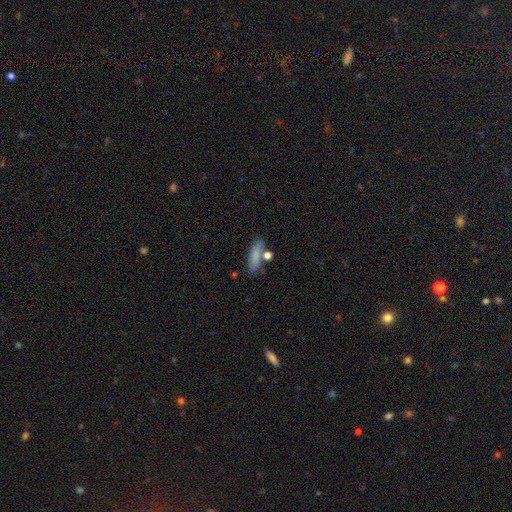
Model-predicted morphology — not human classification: type=smooth (80%); roundness=in between (50%); merging=none (66%).